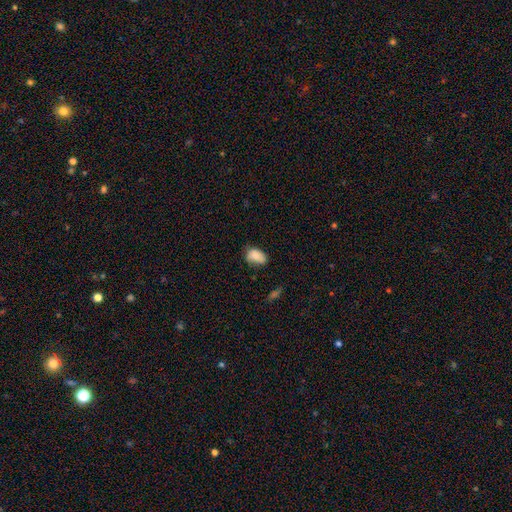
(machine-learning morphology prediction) This appears to be a smooth galaxy with no disk features (84%) that is in between round and cigar-shaped (86%). Merging: none (54%).